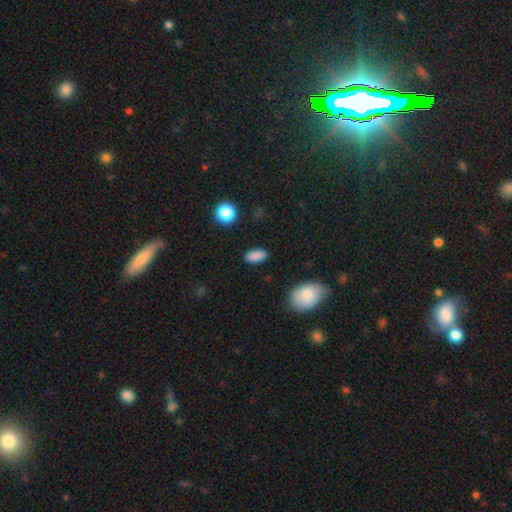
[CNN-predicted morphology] Smooth or featured: smooth — 87% (star or artifact — 8%)
How rounded: in between — 90% (cigar-shaped — 6%)
Merging: none — 86% (minor disturbance — 10%)